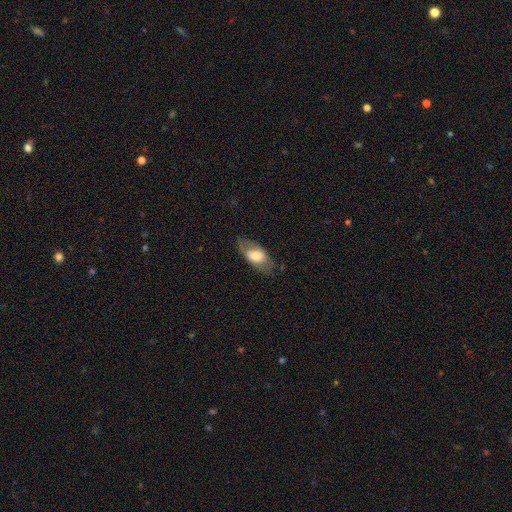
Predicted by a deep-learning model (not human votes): Smooth or featured? smooth (59%)
How rounded? in between (89%)
Merging? none (72%)